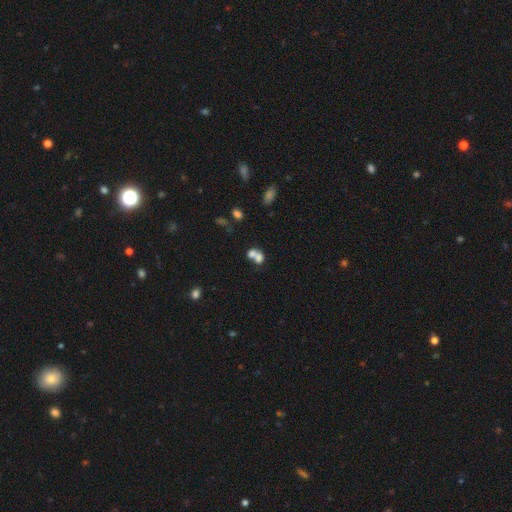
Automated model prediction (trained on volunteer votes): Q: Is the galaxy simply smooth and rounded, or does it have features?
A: smooth — 70%.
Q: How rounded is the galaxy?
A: in between — 53%.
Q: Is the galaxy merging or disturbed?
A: merger — 68%.